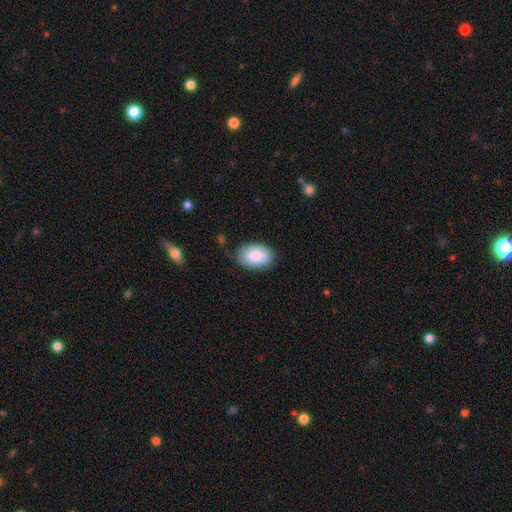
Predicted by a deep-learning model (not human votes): Overall: smooth (86%). How rounded: in between (90%). Merging: none (80%).